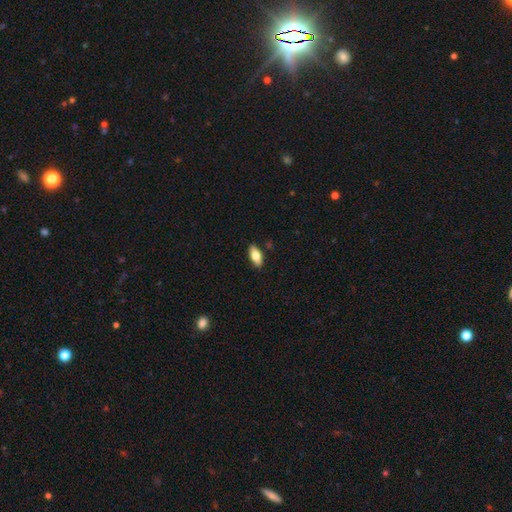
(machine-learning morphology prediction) smooth-or-featured: smooth: 74% | featured or disk: 20% | star or artifact: 6%
  how-rounded: in between: 85% | cigar-shaped: 12% | round: 3%
  merging: none: 88% | minor disturbance: 9% | major disturbance: 2% | merger: 1%